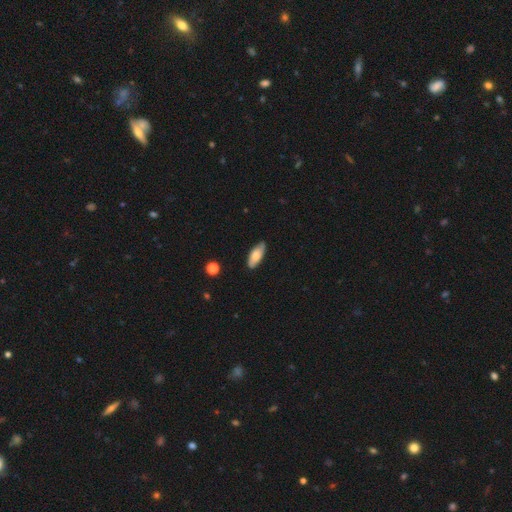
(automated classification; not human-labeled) smooth-or-featured: smooth: 66% | featured or disk: 27% | star or artifact: 7%
  how-rounded: in between: 81% | cigar-shaped: 17% | round: 2%
  merging: none: 83% | minor disturbance: 13% | major disturbance: 2% | merger: 1%